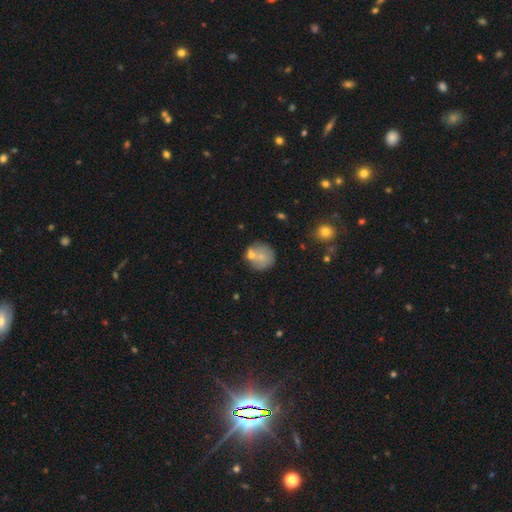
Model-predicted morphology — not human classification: Smooth or featured?
  - smooth: 69% *
  - featured or disk: 21%
  - star or artifact: 10%
How rounded?
  - round: 88% *
  - in between: 11%
  - cigar-shaped: 1%
Merging?
  - none: 58% *
  - merger: 22%
  - minor disturbance: 15%
  - major disturbance: 5%